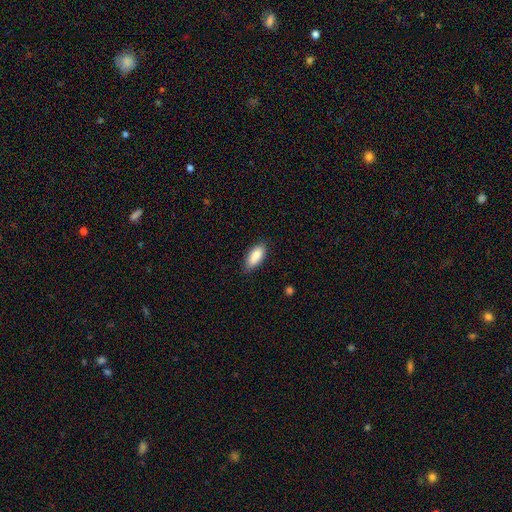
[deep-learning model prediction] This appears to be a smooth galaxy with no disk features (88%) that is in between round and cigar-shaped (89%). Merging: none (80%).